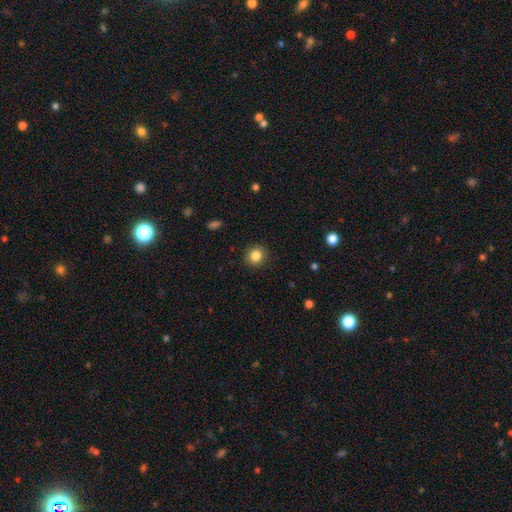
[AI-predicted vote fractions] Smooth or featured?
  - smooth: 84% *
  - star or artifact: 11%
  - featured or disk: 5%
How rounded?
  - round: 88% *
  - in between: 11%
  - cigar-shaped: 1%
Merging?
  - none: 90% *
  - minor disturbance: 7%
  - major disturbance: 2%
  - merger: 1%